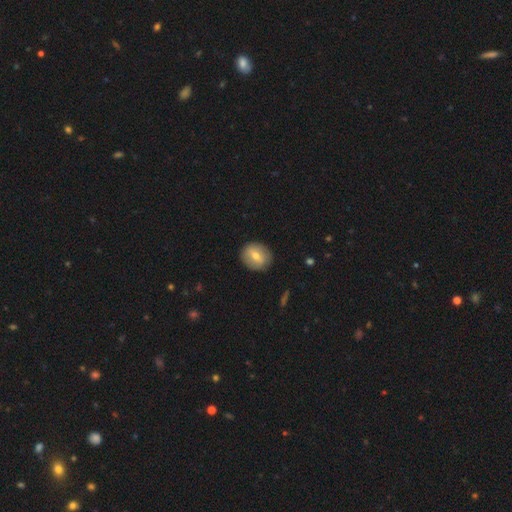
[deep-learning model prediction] Smooth or featured? Predicted: smooth (p=0.60). How rounded? Predicted: round (p=0.77). Merging? Predicted: none (p=0.88).